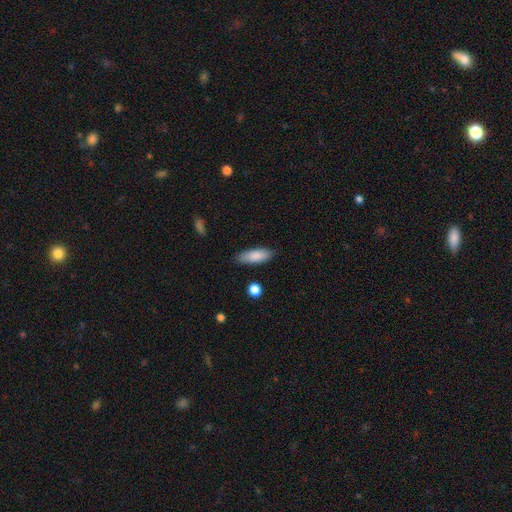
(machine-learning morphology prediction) Smooth or featured: smooth — 85% (featured or disk — 8%)
How rounded: in between — 64% (cigar-shaped — 34%)
Merging: none — 85% (minor disturbance — 11%)